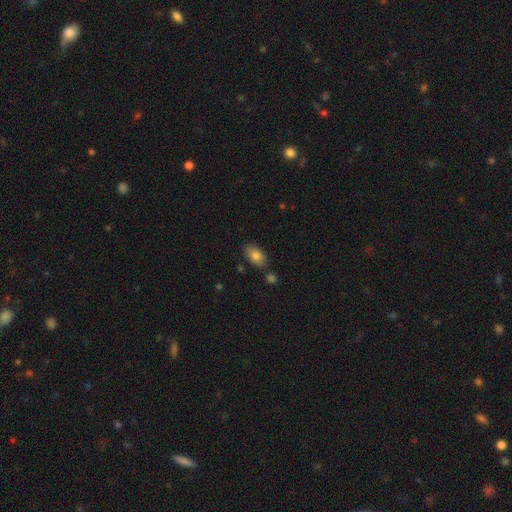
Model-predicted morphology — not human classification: smooth_or_featured: smooth (p=0.82) [alt: featured or disk p=0.11]
how_rounded: in between (p=0.92) [alt: round p=0.06]
merging: none (p=0.80) [alt: minor disturbance p=0.12]